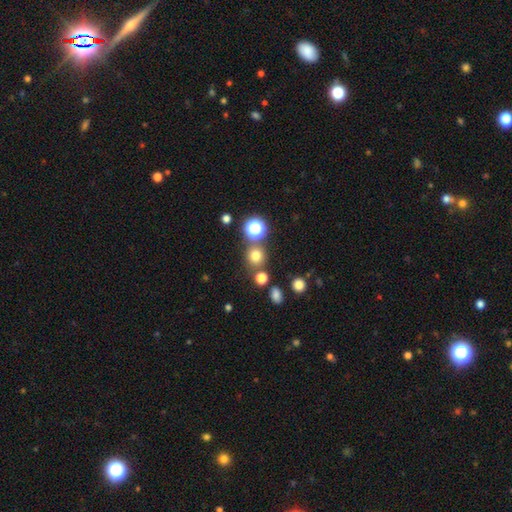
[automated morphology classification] smooth_or_featured: smooth (p=0.73) [alt: star or artifact p=0.20]
how_rounded: round (p=0.90) [alt: in between p=0.09]
merging: none (p=0.75) [alt: merger p=0.13]